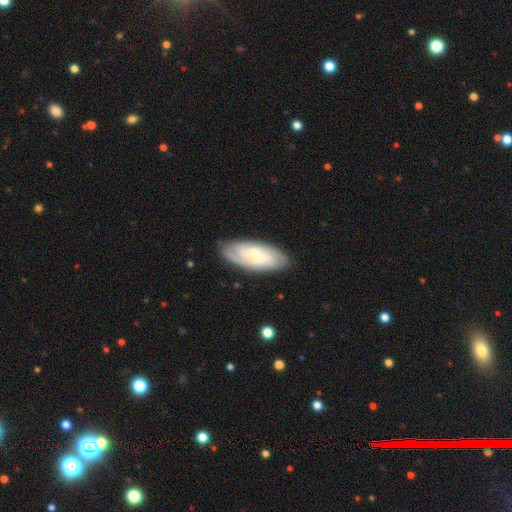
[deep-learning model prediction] The model was most divided on "spiral arm count": can't tell: 40%, 2: 34%, 3: 13%, 4: 5%, 1: 4%, more than 4: 3%. More confident: edge-on disk — no (91%); spiral arms — yes (91%); merging — none (81%); bulge size — small (68%); smooth or featured — featured or disk (66%); spiral winding — tight (65%); bar — no (62%).